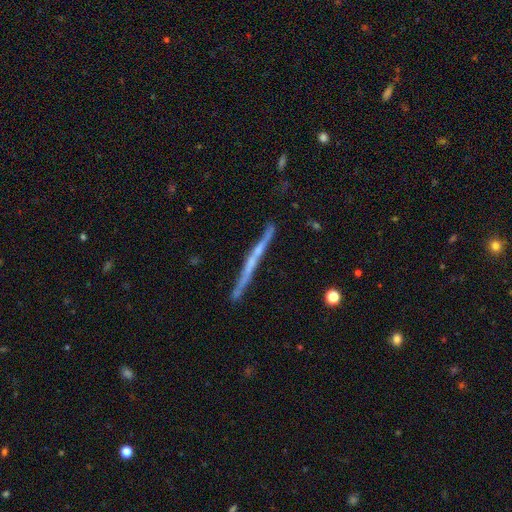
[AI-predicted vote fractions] A featured or disk galaxy (69%) viewed edge-on (97%) with no central bulge (59%). Merging: none (86%).